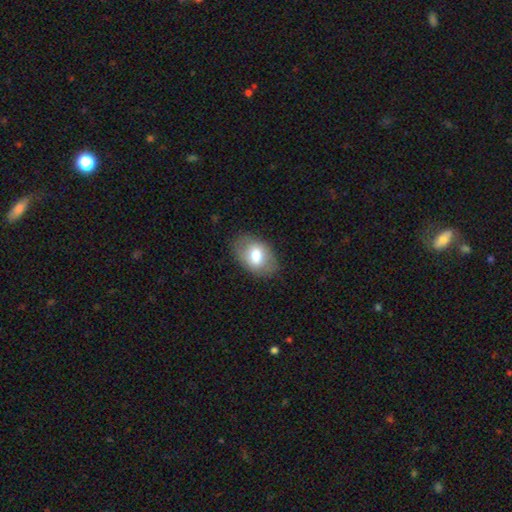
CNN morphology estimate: type=smooth (69%); roundness=in between (85%); merging=none (80%).